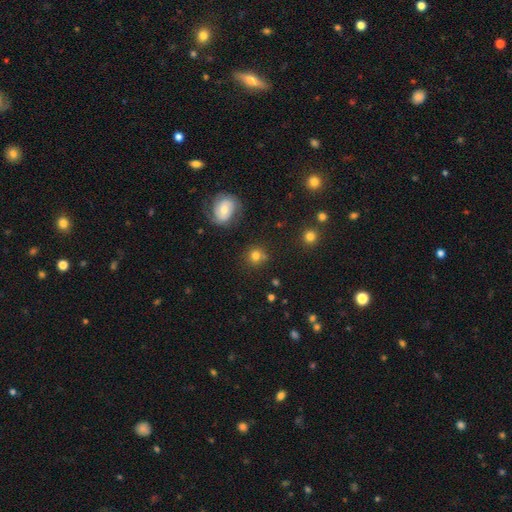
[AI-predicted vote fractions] Smooth or featured: smooth — 77% (star or artifact — 13%)
How rounded: round — 86% (in between — 13%)
Merging: none — 74% (minor disturbance — 12%)